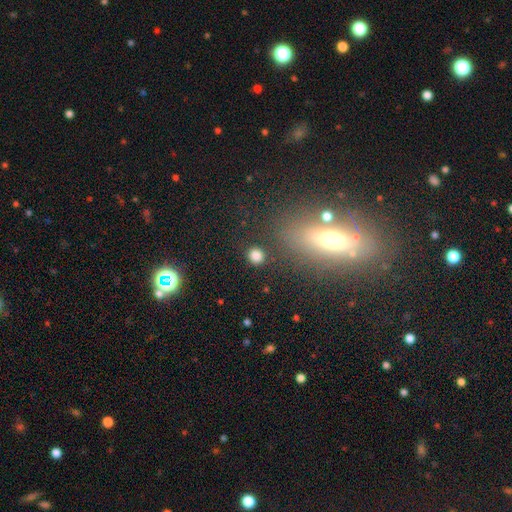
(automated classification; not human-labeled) Smooth or featured? Predicted: smooth (p=0.83). How rounded? Predicted: round (p=0.84). Merging? Predicted: none (p=0.87).